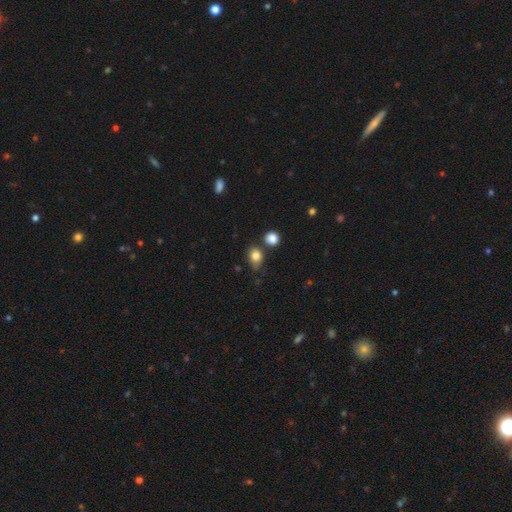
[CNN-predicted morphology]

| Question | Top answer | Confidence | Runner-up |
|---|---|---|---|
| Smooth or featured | smooth | 82% | star or artifact (10%) |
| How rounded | in between | 57% | round (41%) |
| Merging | none | 62% | minor disturbance (22%) |